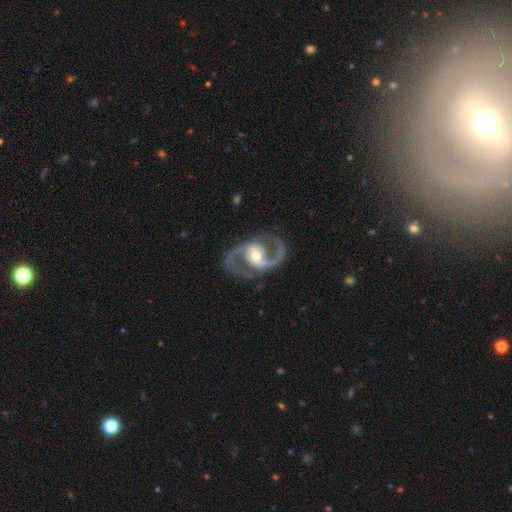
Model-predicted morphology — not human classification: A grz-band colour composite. It shows a featured or disk galaxy (90%) with no bar (39%), 2 (93%) medium (59%) spiral arms (96%) and a moderate central bulge (63%). Merging: none (81%).